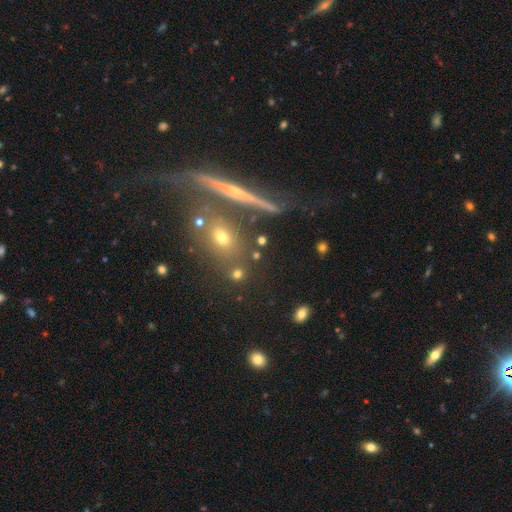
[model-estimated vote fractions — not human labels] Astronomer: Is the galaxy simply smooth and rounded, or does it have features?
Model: smooth — 43% (runner-up: featured or disk, 33%).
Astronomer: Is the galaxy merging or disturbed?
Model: none — 75%.